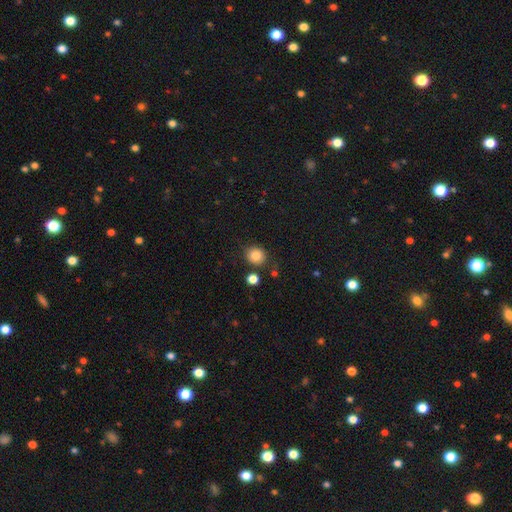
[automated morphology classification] A smooth galaxy with no disk features (84%) that is round (81%). Merging: none (84%).